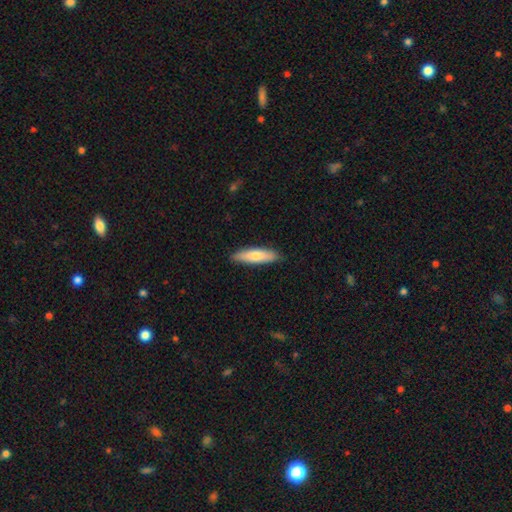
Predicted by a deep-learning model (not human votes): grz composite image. It shows a smooth galaxy with no disk features (73%) that is cigar-shaped (64%). Merging: none (87%).